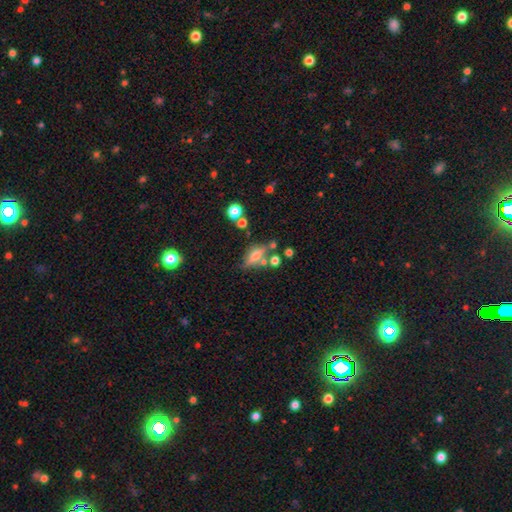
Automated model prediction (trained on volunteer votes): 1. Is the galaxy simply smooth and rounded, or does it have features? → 48% smooth, 39% featured or disk, 13% star or artifact.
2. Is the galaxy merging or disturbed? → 61% none, 17% minor disturbance, 15% merger, 8% major disturbance.